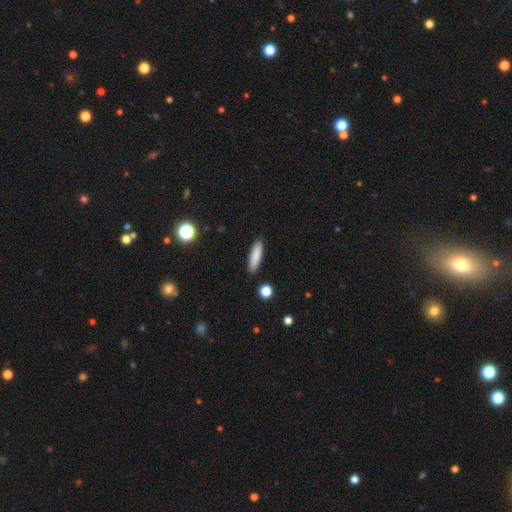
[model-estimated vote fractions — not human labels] Overall: smooth (85%). How rounded: cigar-shaped (72%). Merging: none (90%).